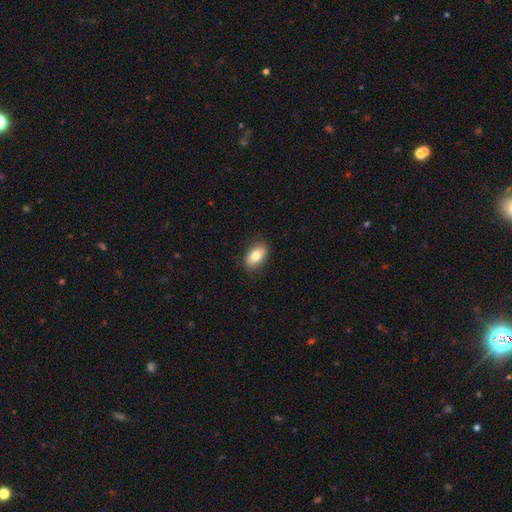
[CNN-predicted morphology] Smooth or featured? Predicted: smooth (p=0.80). How rounded? Predicted: in between (p=0.88). Merging? Predicted: none (p=0.86).